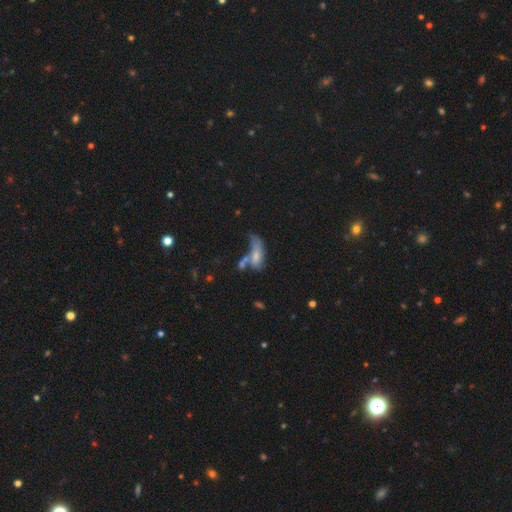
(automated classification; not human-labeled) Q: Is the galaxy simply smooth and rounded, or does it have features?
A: smooth — 54%.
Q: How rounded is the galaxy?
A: in between — 76%.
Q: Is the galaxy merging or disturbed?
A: merger — 33%.